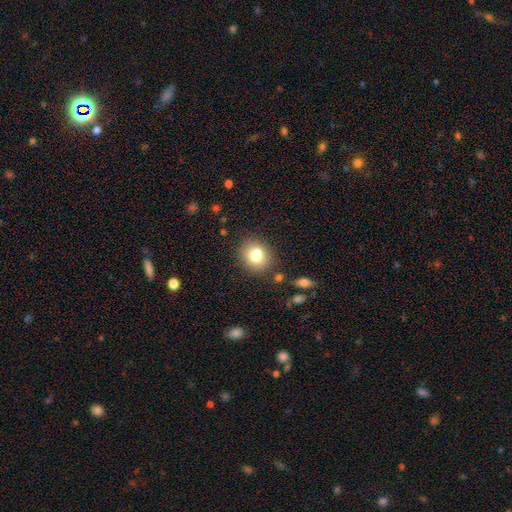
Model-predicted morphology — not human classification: smooth_or_featured: smooth (p=0.79) [alt: featured or disk p=0.11]
how_rounded: round (p=0.64) [alt: in between p=0.35]
merging: none (p=0.76) [alt: minor disturbance p=0.13]